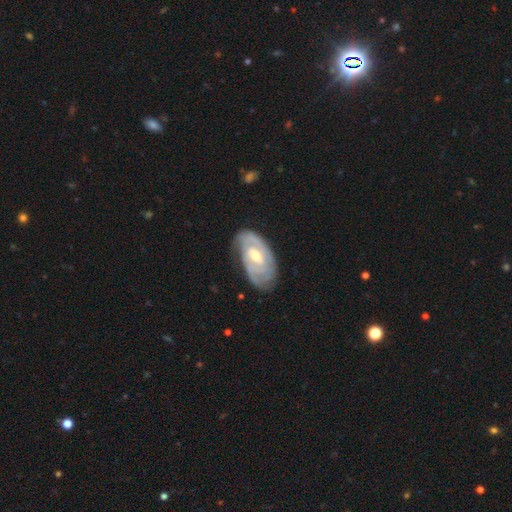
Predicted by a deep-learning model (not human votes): Smooth or featured? Predicted: featured or disk (p=0.82). Edge-on disk? Predicted: no (p=0.94). Bar? Predicted: weak (p=0.50). Spiral arms? Predicted: yes (p=0.91). Spiral winding? Predicted: tight (p=0.66). Spiral arm count? Predicted: 2 (p=0.43). Bulge size? Predicted: moderate (p=0.65). Merging? Predicted: none (p=0.70).